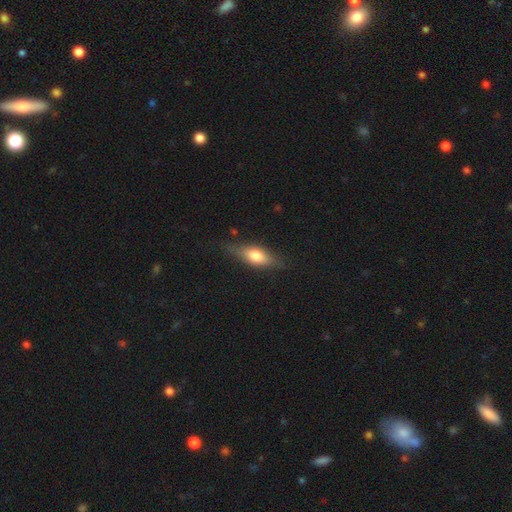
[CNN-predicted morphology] Smooth or featured? Predicted: smooth (p=0.64). How rounded? Predicted: in between (p=0.67). Merging? Predicted: none (p=0.76).